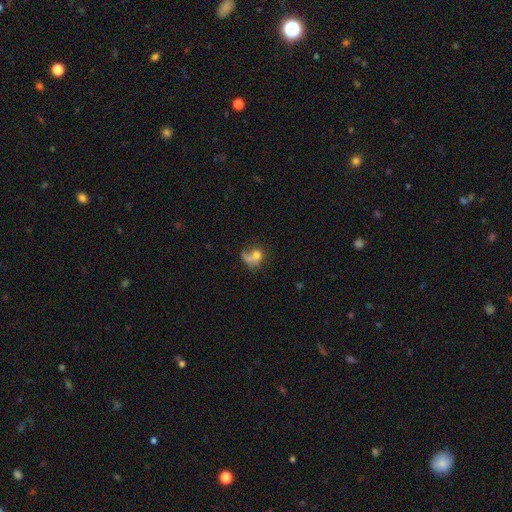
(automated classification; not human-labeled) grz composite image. It shows a smooth galaxy with no disk features (54%) that is round (57%). Merging: major disturbance (39%).